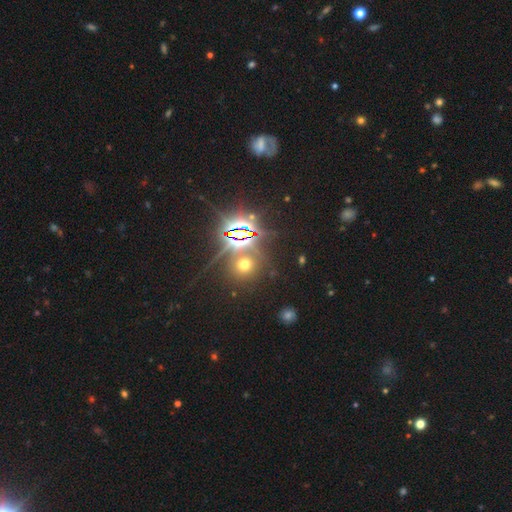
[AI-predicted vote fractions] A star or artifact, not a galaxy (73%).